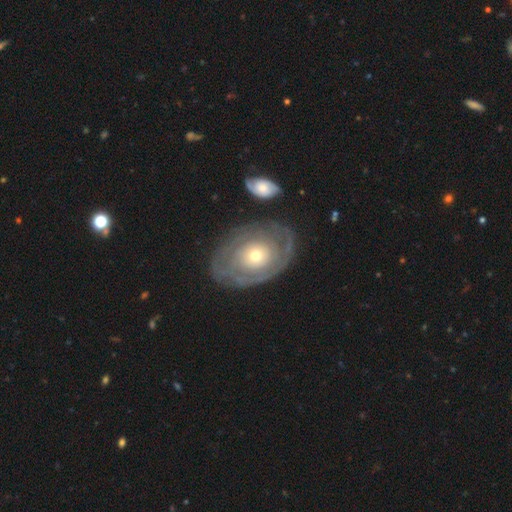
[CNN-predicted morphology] Smooth or featured?
  - featured or disk: 74% *
  - smooth: 21%
  - star or artifact: 5%
Edge-on disk?
  - no: 95% *
  - yes: 5%
Bar?
  - no: 88% *
  - weak: 9%
  - strong: 3%
Spiral arms?
  - yes: 67% *
  - no: 33%
Bulge size?
  - small: 47% * (tied)
  - moderate: 47% * (tied)
  - large: 4%
  - dominant: 1%
  - none: 1%
Merging?
  - none: 72% *
  - minor disturbance: 15%
  - major disturbance: 8%
  - merger: 4%